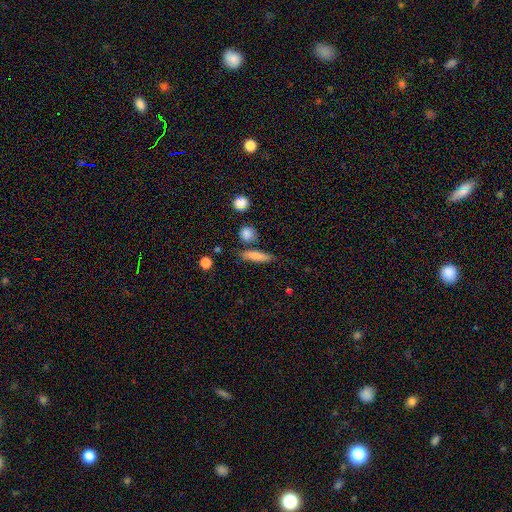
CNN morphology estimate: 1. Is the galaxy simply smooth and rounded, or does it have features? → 78% smooth, 14% featured or disk, 8% star or artifact.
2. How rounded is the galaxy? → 72% cigar-shaped, 22% in between, 6% round.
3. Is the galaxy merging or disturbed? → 79% none, 11% minor disturbance, 7% merger, 3% major disturbance.